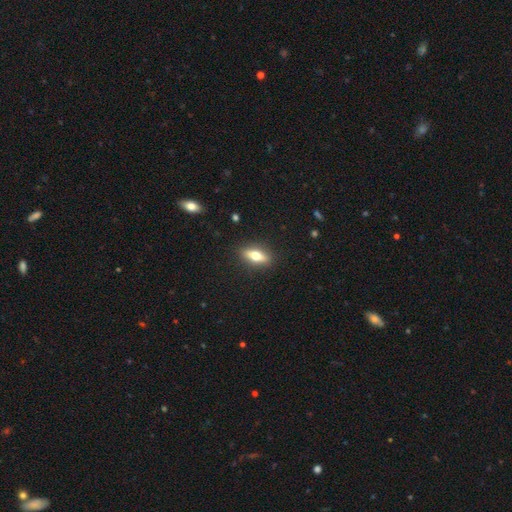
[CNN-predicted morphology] Smooth or featured: smooth — 53% (featured or disk — 40%)
How rounded: in between — 59% (cigar-shaped — 35%)
Merging: none — 89% (minor disturbance — 8%)